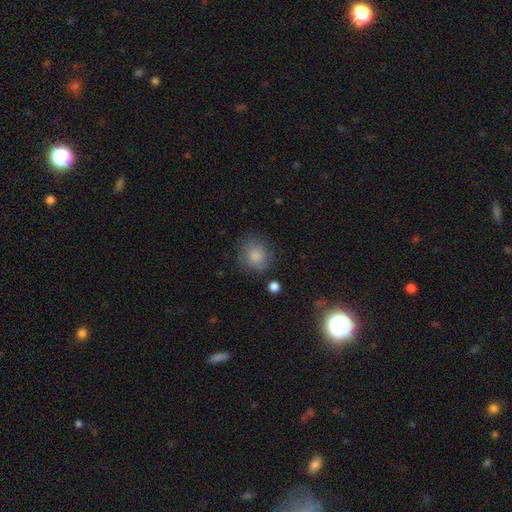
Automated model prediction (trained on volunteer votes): smooth_or_featured: smooth (p=0.79) [alt: featured or disk p=0.12]
how_rounded: round (p=0.80) [alt: in between p=0.19]
merging: none (p=0.72) [alt: minor disturbance p=0.18]